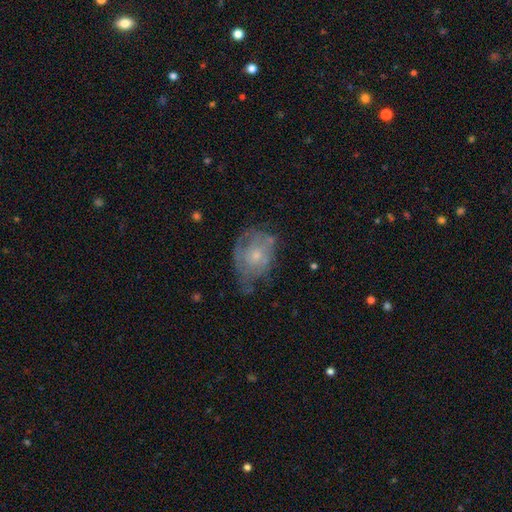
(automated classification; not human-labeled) Q: Smooth or featured?
A: featured or disk (50%); runner-up: smooth (41%)
Q: Edge-on disk?
A: no (96%); runner-up: yes (4%)
Q: Merging?
A: none (36%); runner-up: minor disturbance (35%)